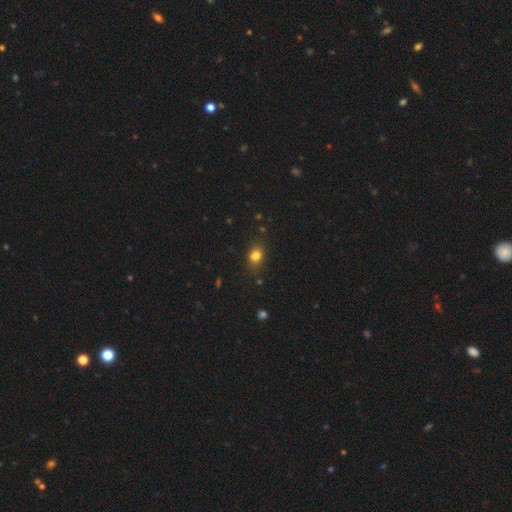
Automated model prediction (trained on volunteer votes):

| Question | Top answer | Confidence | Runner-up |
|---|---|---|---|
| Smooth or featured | smooth | 80% | star or artifact (12%) |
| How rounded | in between | 63% | round (34%) |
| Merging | none | 77% | minor disturbance (16%) |